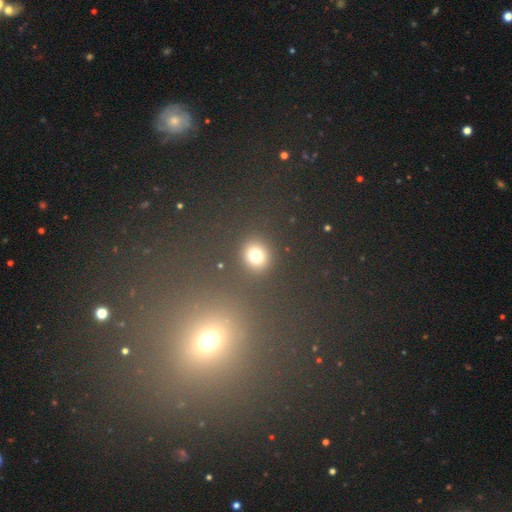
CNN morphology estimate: Smooth or featured? Predicted: smooth (p=0.75). How rounded? Predicted: round (p=0.80). Merging? Predicted: none (p=0.86).